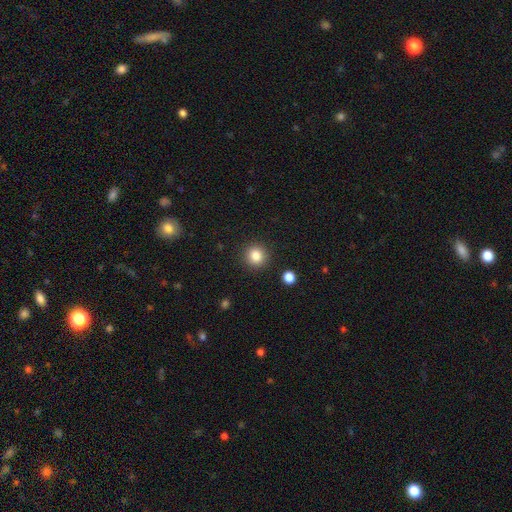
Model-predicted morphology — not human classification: Q: Smooth or featured?
A: smooth (84%); runner-up: star or artifact (11%)
Q: How rounded?
A: round (93%); runner-up: in between (6%)
Q: Merging?
A: none (91%); runner-up: minor disturbance (6%)